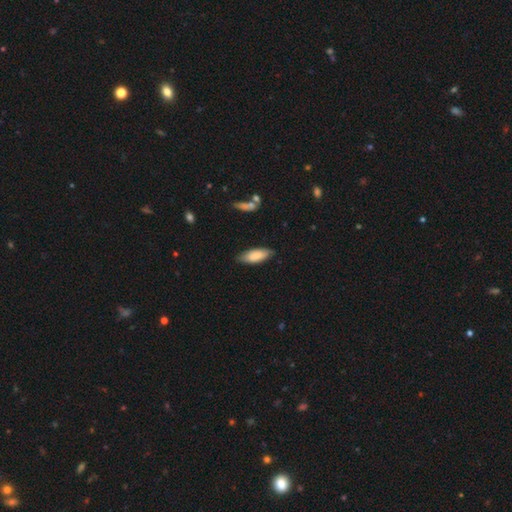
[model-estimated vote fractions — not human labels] Overall: smooth (82%). How rounded: in between (72%). Merging: none (79%).